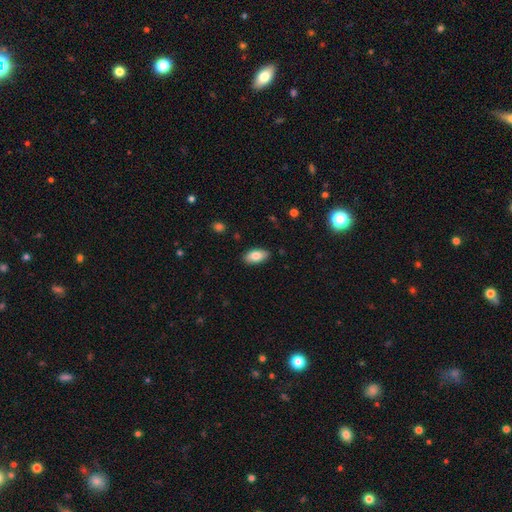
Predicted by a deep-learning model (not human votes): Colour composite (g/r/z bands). It shows a smooth galaxy with no disk features (83%) that is in between round and cigar-shaped (92%). Merging: none (87%).